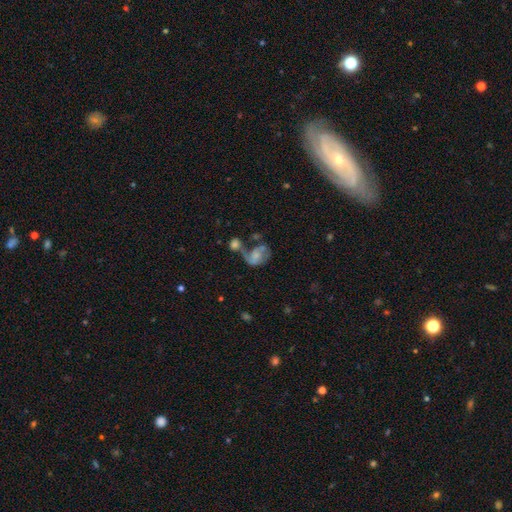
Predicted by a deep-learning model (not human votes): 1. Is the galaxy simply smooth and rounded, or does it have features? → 53% featured or disk, 37% smooth, 10% star or artifact.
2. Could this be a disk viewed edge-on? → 97% no, 3% yes.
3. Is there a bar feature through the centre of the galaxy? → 69% no, 26% weak, 6% strong.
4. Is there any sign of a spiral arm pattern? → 67% yes, 33% no.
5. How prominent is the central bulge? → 34% small, 31% none, 26% moderate, 7% large, 2% dominant.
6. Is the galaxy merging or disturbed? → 36% merger, 29% major disturbance, 20% none, 14% minor disturbance.